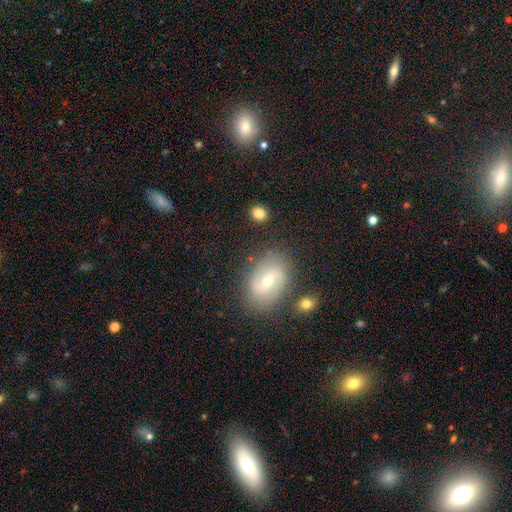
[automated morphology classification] smooth 56%, star or artifact 26%, featured or disk 19%. Down the decision tree: how rounded — in between (81%); merging — none (82%).